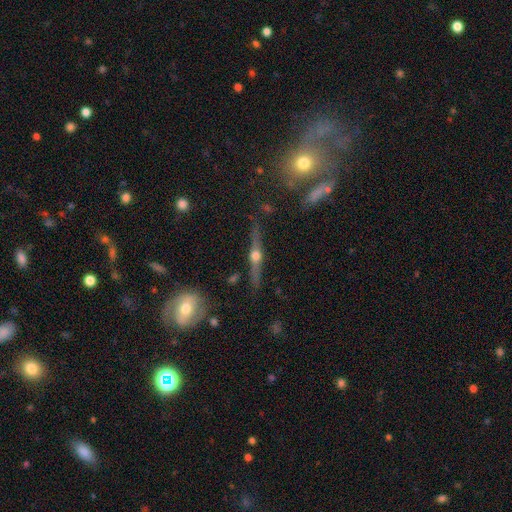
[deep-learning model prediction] Smooth or featured?
  - featured or disk: 79% *
  - smooth: 13%
  - star or artifact: 8%
Edge-on disk?
  - yes: 97% *
  - no: 3%
Edge-on bulge?
  - rounded: 96% *
  - boxy: 2%
  - none: 2%
Merging?
  - none: 87% *
  - minor disturbance: 9%
  - major disturbance: 2%
  - merger: 2%